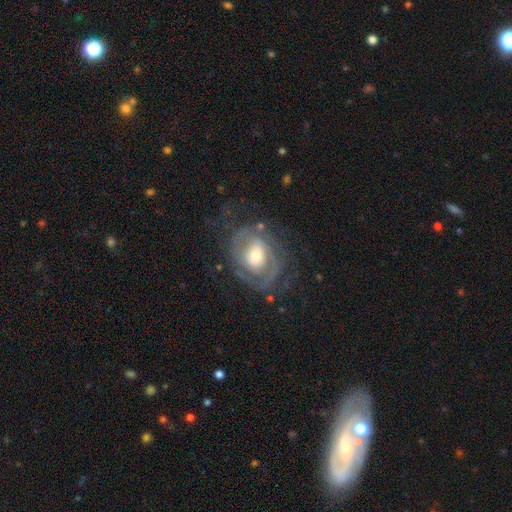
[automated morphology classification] featured or disk 80%, smooth 14%, star or artifact 6%. Down the decision tree: edge-on disk — no (97%); bar — no (61%); spiral arms — yes (85%); spiral arm count — 2 (49%); spiral winding — tight (55%); bulge size — moderate (58%); merging — none (62%).